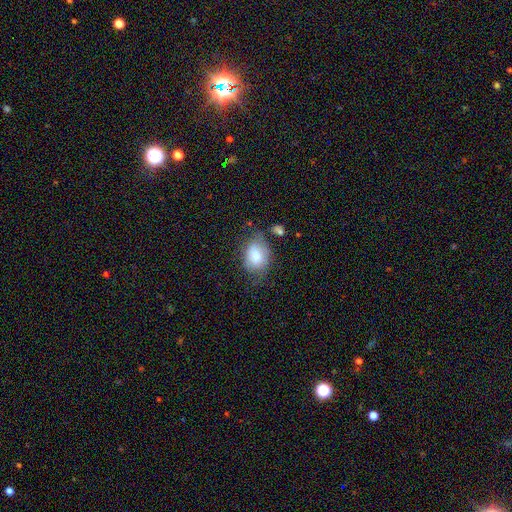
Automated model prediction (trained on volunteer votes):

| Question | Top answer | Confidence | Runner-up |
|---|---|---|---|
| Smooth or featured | smooth | 76% | featured or disk (17%) |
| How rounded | in between | 75% | round (24%) |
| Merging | none | 40% | minor disturbance (34%) |